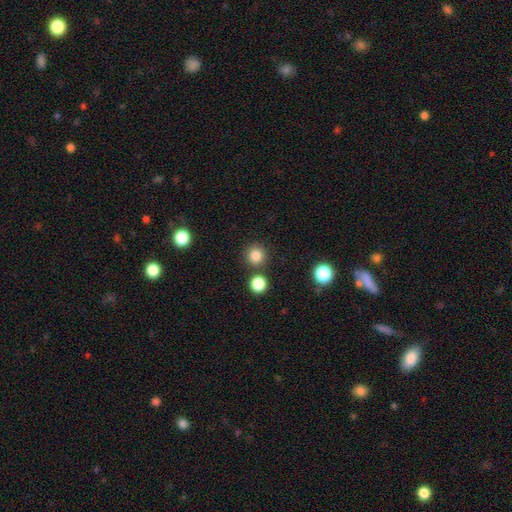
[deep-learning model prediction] This is clearly a smooth galaxy (83%). How rounded: clearly round (94%). Merging: clearly none (85%).